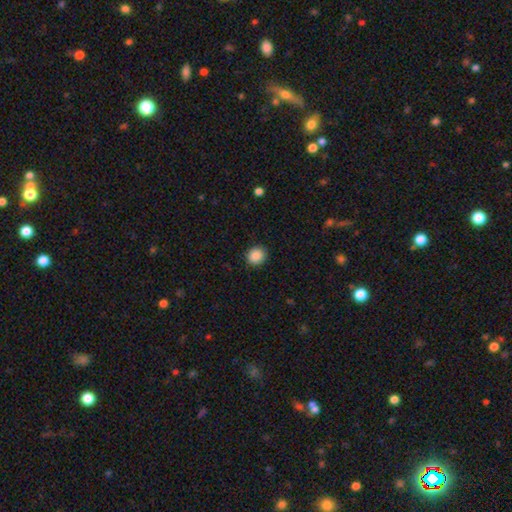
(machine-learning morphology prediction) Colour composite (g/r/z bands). It shows a smooth galaxy with no disk features (88%) that is round (84%). Merging: none (90%).